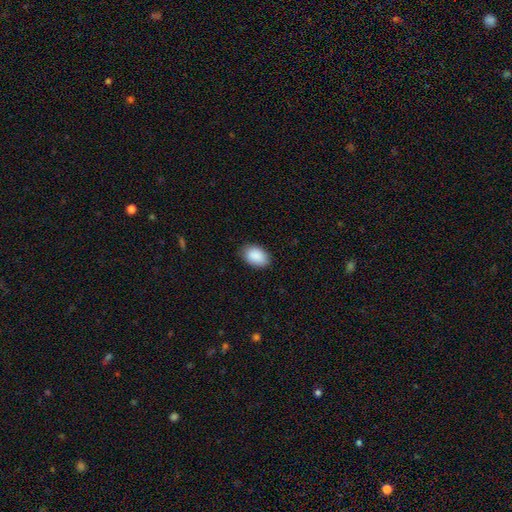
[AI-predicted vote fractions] smooth-or-featured: smooth: 90% | star or artifact: 6% | featured or disk: 3%
  how-rounded: in between: 88% | round: 11% | cigar-shaped: 1%
  merging: none: 84% | minor disturbance: 13% | major disturbance: 2% | merger: 1%